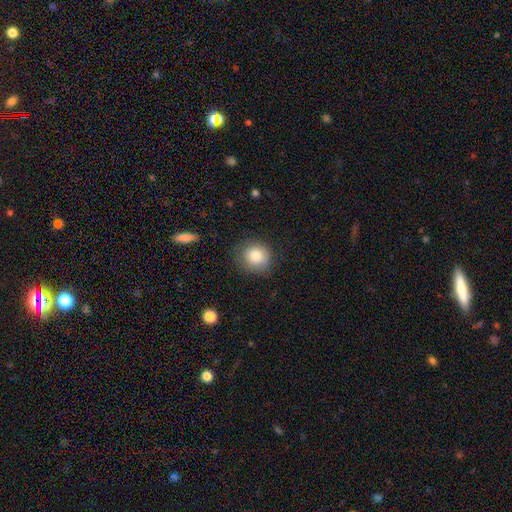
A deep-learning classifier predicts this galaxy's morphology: This is clearly a smooth galaxy (83%). How rounded: clearly round (83%). Merging: likely none (78%).